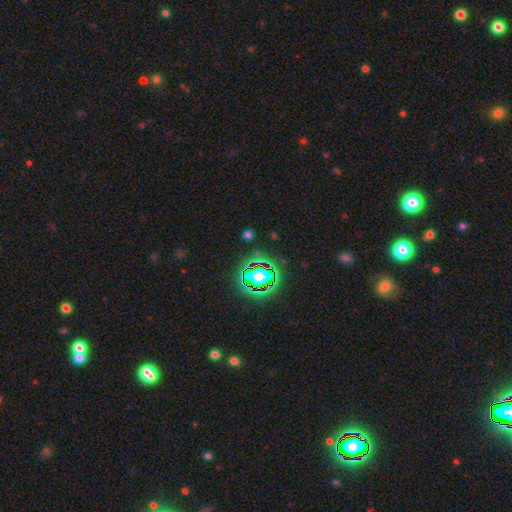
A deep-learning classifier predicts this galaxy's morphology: A star or artifact, not a galaxy (79%).